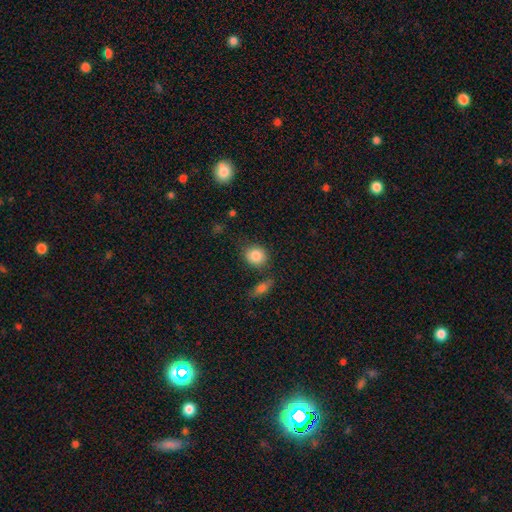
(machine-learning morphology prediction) A smooth galaxy with no disk features (85%) that is round (73%). Merging: none (74%).